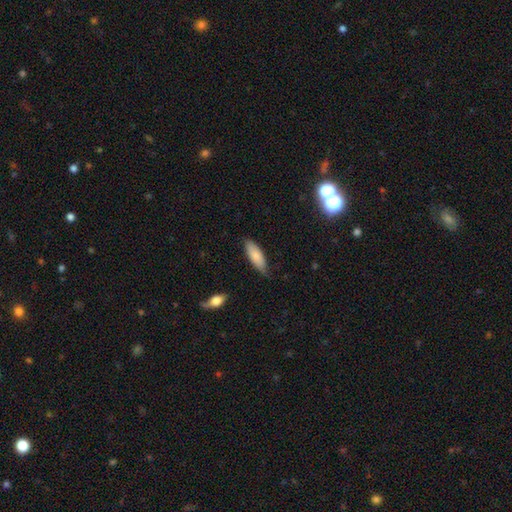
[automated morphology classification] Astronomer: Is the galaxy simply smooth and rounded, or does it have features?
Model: smooth — 81%.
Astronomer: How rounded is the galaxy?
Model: in between — 68%.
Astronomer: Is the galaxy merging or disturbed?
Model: none — 76%.